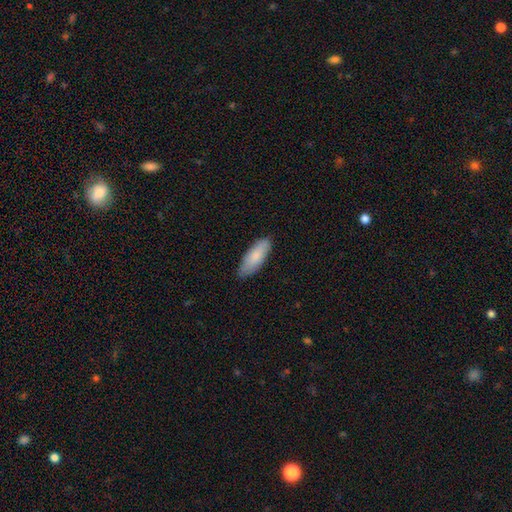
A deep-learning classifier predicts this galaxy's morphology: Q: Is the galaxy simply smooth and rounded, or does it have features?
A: smooth — 83%.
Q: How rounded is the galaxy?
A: in between — 69%.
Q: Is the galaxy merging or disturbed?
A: none — 80%.